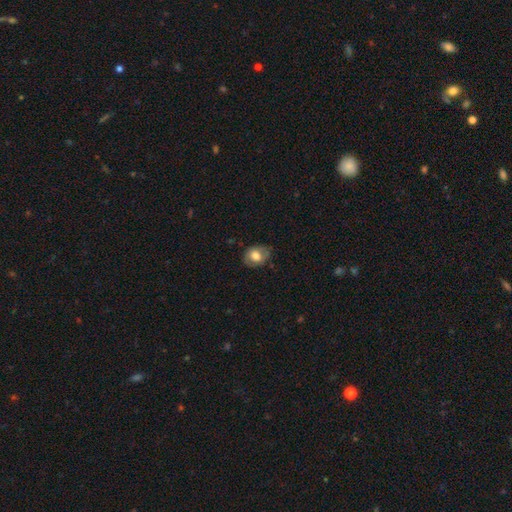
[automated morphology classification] Q: Smooth or featured?
A: smooth (67%); runner-up: featured or disk (25%)
Q: How rounded?
A: in between (65%); runner-up: round (34%)
Q: Merging?
A: none (71%); runner-up: minor disturbance (22%)